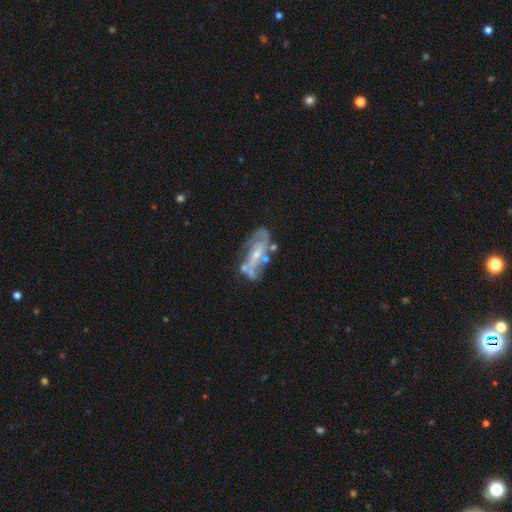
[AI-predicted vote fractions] A featured or disk galaxy (78%) with no bar (42%), spiral arms (71%) and a small central bulge (62%). Merging: none (50%).